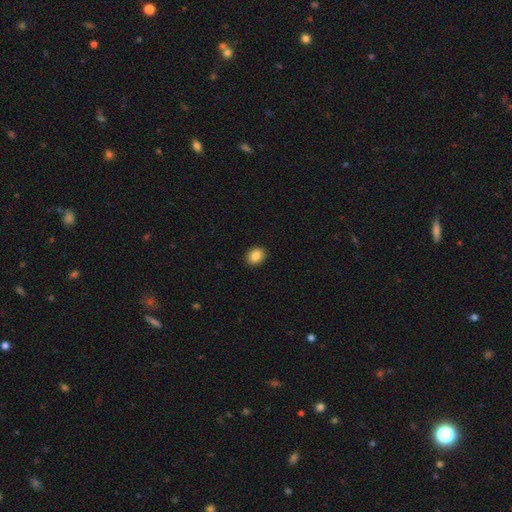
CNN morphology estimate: The model was most divided on "how rounded": in between: 55%, round: 44%, cigar-shaped: 1%. More confident: merging — none (91%); smooth or featured — smooth (87%).